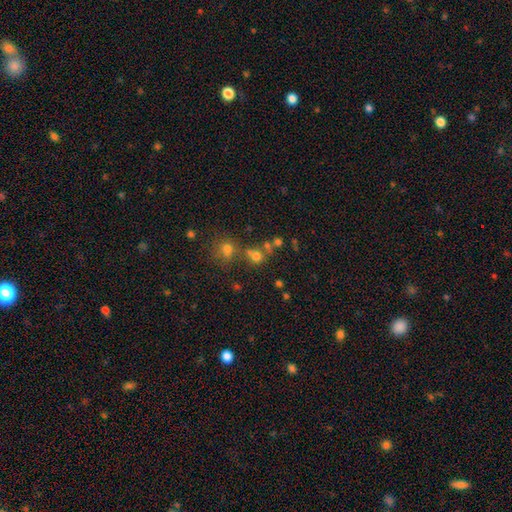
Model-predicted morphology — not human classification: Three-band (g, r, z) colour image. It shows a smooth galaxy with no disk features (63%) that is round (75%). Merging: none (54%).